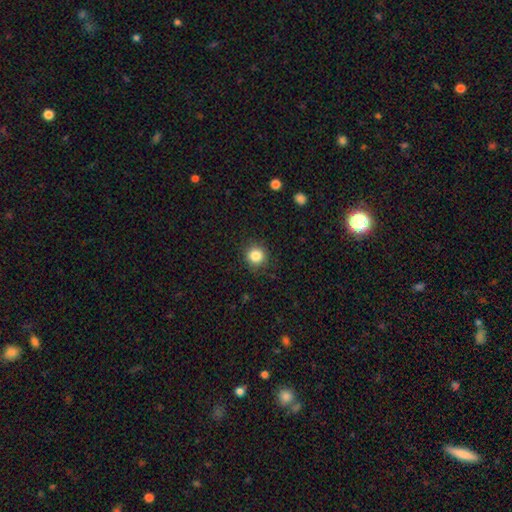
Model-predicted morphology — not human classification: smooth_or_featured: smooth (p=0.84) [alt: star or artifact p=0.11]
how_rounded: round (p=0.91) [alt: in between p=0.08]
merging: none (p=0.87) [alt: minor disturbance p=0.09]